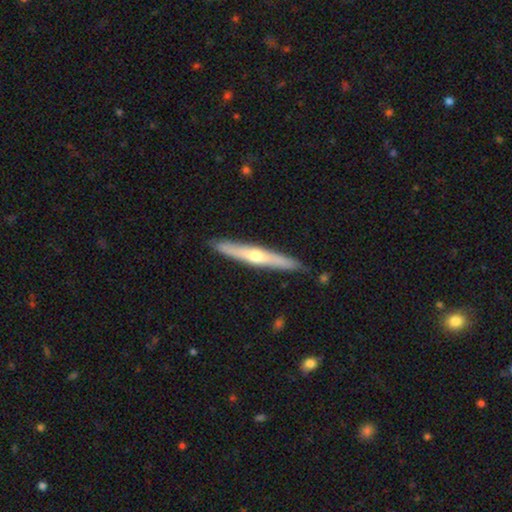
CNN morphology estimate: The model was most divided on "smooth or featured": featured or disk: 58%, smooth: 37%, star or artifact: 5%. More confident: edge-on disk — yes (93%); merging — none (88%); edge-on bulge — rounded (79%).